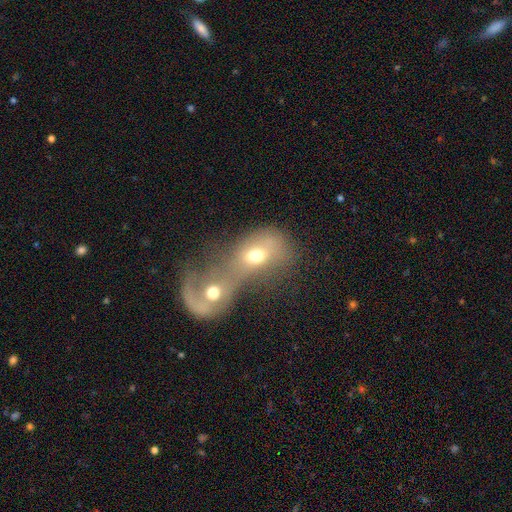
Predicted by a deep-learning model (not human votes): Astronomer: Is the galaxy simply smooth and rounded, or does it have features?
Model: smooth — 61%.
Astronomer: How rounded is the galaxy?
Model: in between — 61% (runner-up: round, 37%).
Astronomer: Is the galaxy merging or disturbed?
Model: merger — 77%.